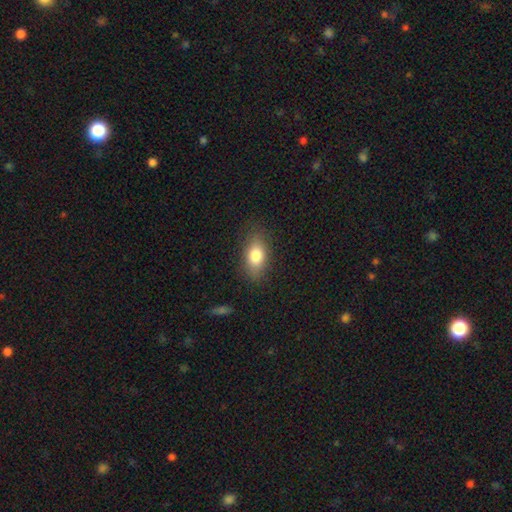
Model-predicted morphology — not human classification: This appears to be a smooth galaxy with no disk features (81%) that is in between round and cigar-shaped (87%). Merging: none (82%).